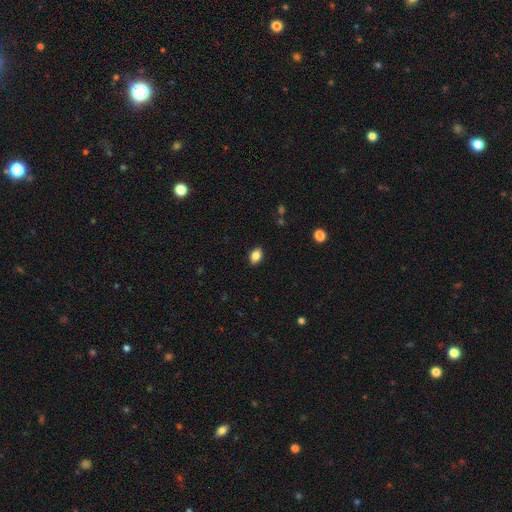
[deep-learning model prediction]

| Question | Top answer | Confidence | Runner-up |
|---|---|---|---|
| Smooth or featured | smooth | 85% | star or artifact (9%) |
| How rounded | in between | 79% | round (20%) |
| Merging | none | 88% | minor disturbance (9%) |